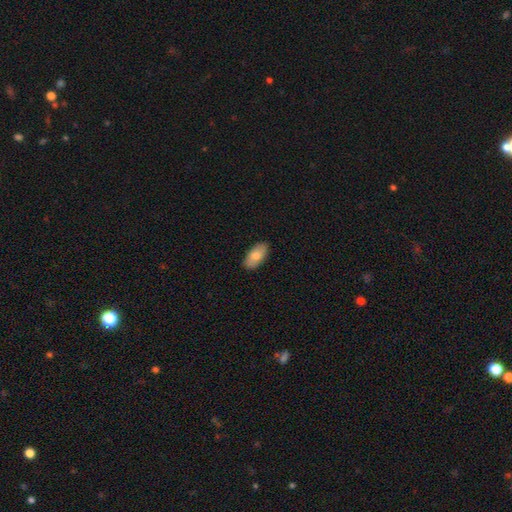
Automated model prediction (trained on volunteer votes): A smooth galaxy with no disk features (83%) that is in between round and cigar-shaped (93%).

Vote fractions:
- Smooth or featured? smooth: 83% / featured or disk: 11% / star or artifact: 6%
- How rounded? in between: 93% / cigar-shaped: 4% / round: 2%
- Merging? none: 87% / minor disturbance: 10% / major disturbance: 2% / merger: 1%